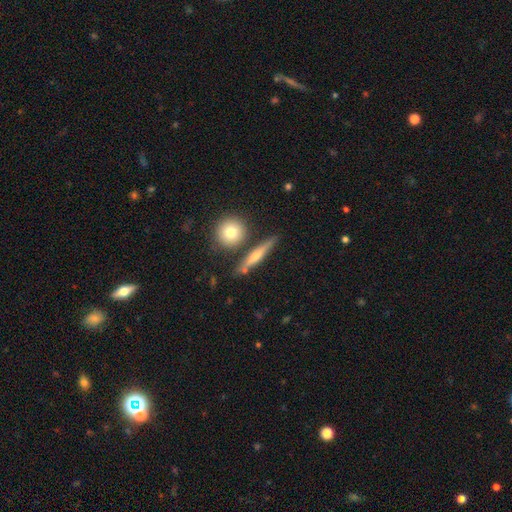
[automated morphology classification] The model was most divided on "smooth or featured" (2-way tie): featured or disk: 46%, smooth: 46%, star or artifact: 7%. More confident: merging — none (77%).